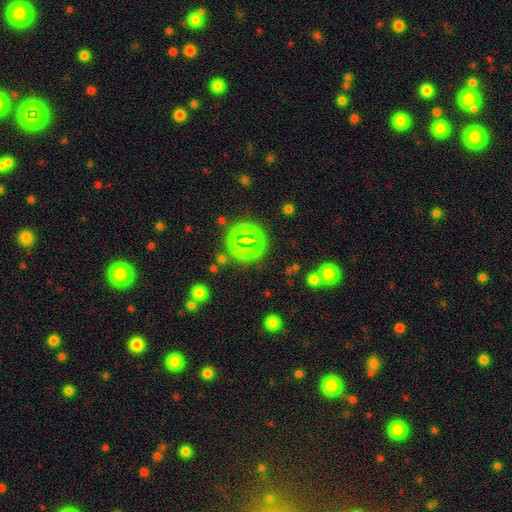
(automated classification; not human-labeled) This appears to be a star or artifact, not a galaxy (49%).